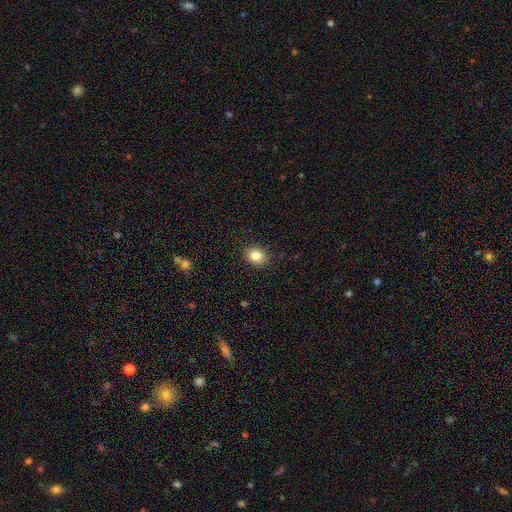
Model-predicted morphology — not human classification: This appears to be a smooth galaxy with no disk features (85%) that is round (60%). Merging: none (88%).